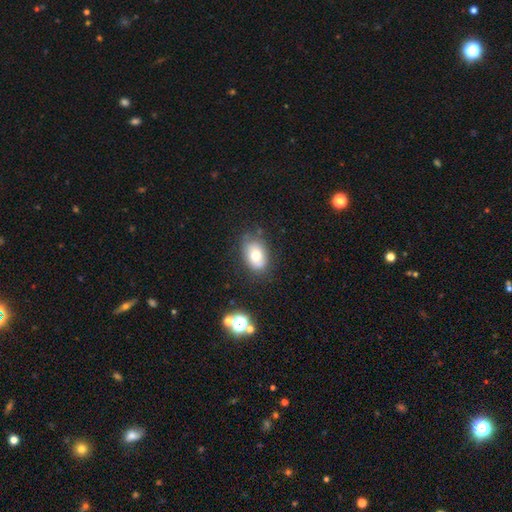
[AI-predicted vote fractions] A smooth galaxy with no disk features (67%) that is in between round and cigar-shaped (82%). Merging: none (71%).